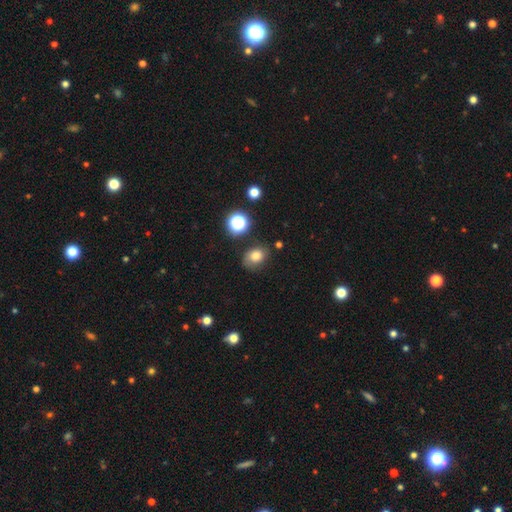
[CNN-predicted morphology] Q: Smooth or featured?
A: smooth (72%); runner-up: star or artifact (14%)
Q: How rounded?
A: in between (55%); runner-up: round (44%)
Q: Merging?
A: none (70%); runner-up: minor disturbance (20%)